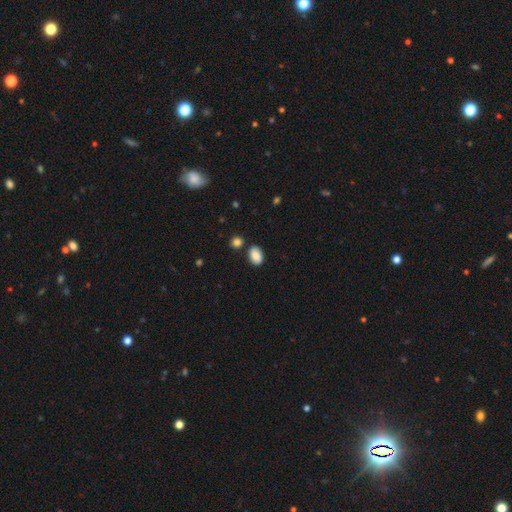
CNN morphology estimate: A smooth galaxy with no disk features (84%) that is in between round and cigar-shaped (87%).

Vote fractions:
- Smooth or featured? smooth: 84% / featured or disk: 8% / star or artifact: 8%
- How rounded? in between: 87% / round: 12% / cigar-shaped: 1%
- Merging? none: 79% / minor disturbance: 12% / merger: 7% / major disturbance: 3%